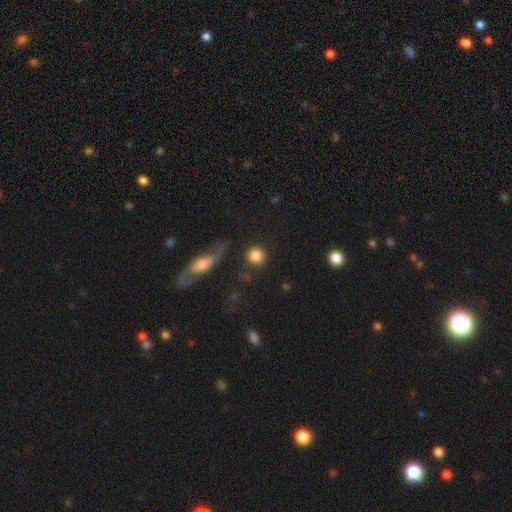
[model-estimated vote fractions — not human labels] A smooth galaxy with no disk features (83%) that is round (92%). Merging: none (80%).